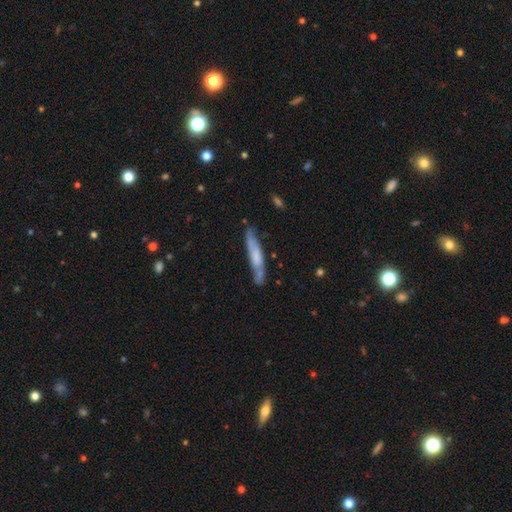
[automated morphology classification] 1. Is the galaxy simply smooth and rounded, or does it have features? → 51% smooth, 43% featured or disk, 6% star or artifact.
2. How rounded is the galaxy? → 90% cigar-shaped, 9% in between, 1% round.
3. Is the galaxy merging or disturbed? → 69% none, 22% minor disturbance, 5% major disturbance, 4% merger.